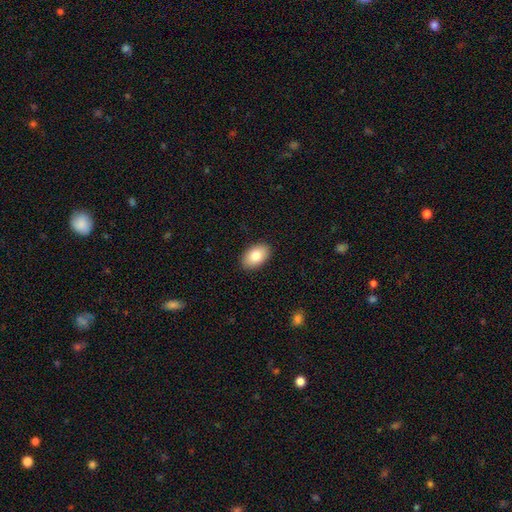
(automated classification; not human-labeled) Smooth or featured: smooth — 81% (featured or disk — 12%)
How rounded: in between — 92% (round — 7%)
Merging: none — 90% (minor disturbance — 8%)